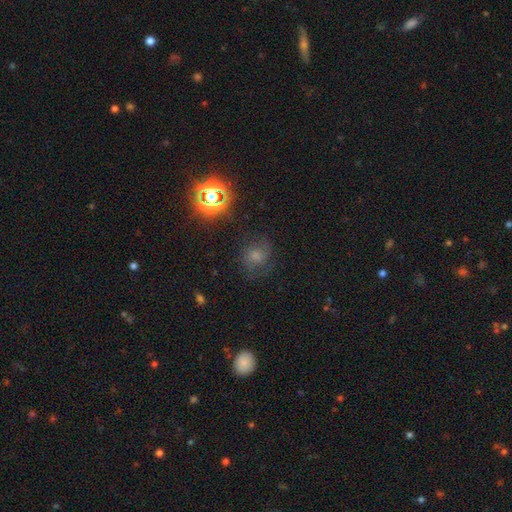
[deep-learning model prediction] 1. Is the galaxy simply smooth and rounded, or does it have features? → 37% featured or disk, 33% star or artifact, 30% smooth.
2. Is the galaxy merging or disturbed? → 71% none, 17% minor disturbance, 10% major disturbance, 2% merger.